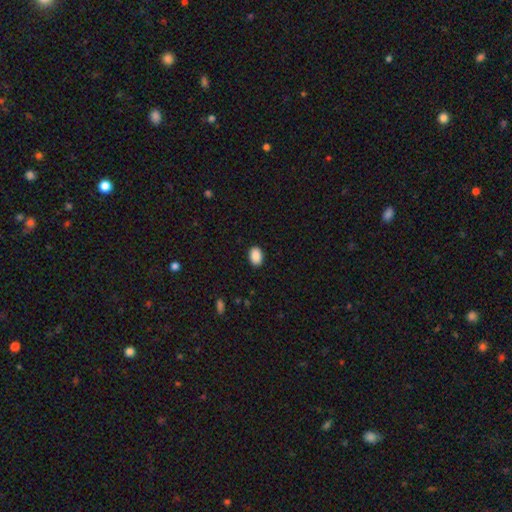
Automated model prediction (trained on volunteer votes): This is clearly a smooth galaxy (90%). How rounded: clearly in between (81%). Merging: clearly none (89%).